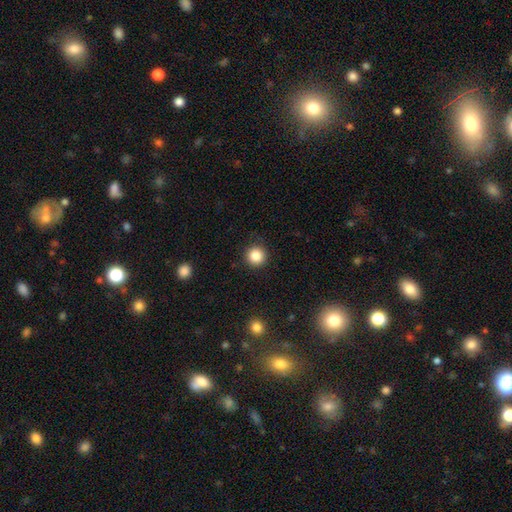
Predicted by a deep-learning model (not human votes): smooth 85%, star or artifact 11%, featured or disk 4%. Down the decision tree: how rounded — round (95%); merging — none (91%).